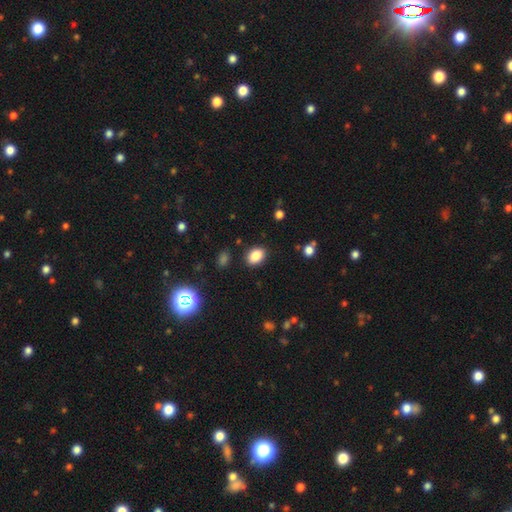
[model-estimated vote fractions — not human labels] The model was most divided on "how rounded": in between: 74%, round: 25%, cigar-shaped: 1%. More confident: merging — none (87%); smooth or featured — smooth (86%).